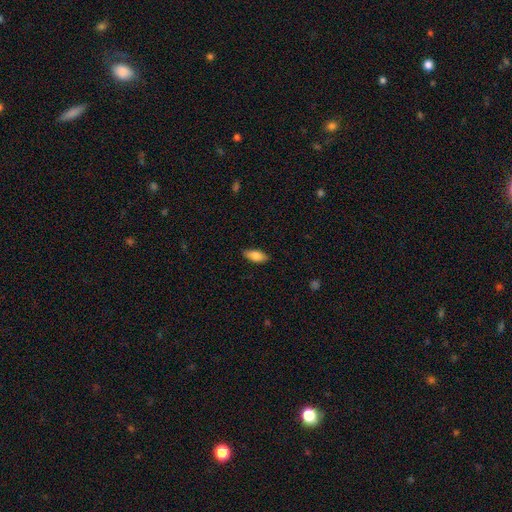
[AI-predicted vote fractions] A smooth galaxy with no disk features (81%) that is in between round and cigar-shaped (84%).

Vote fractions:
- Smooth or featured? smooth: 81% / featured or disk: 12% / star or artifact: 7%
- How rounded? in between: 84% / cigar-shaped: 13% / round: 2%
- Merging? none: 87% / minor disturbance: 10% / major disturbance: 2% / merger: 1%